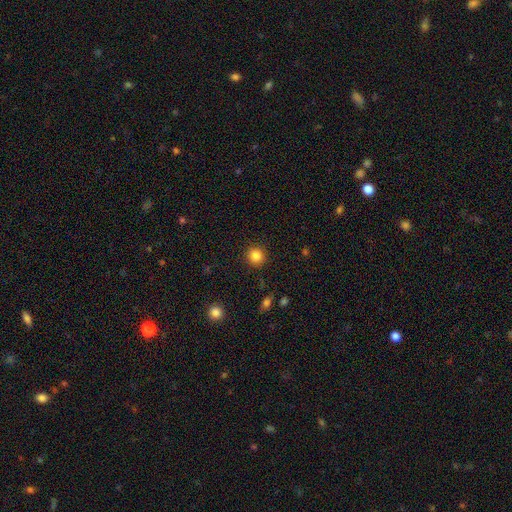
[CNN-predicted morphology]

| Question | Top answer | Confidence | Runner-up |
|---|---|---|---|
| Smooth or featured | smooth | 84% | star or artifact (11%) |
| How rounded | round | 93% | in between (6%) |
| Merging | none | 91% | minor disturbance (6%) |